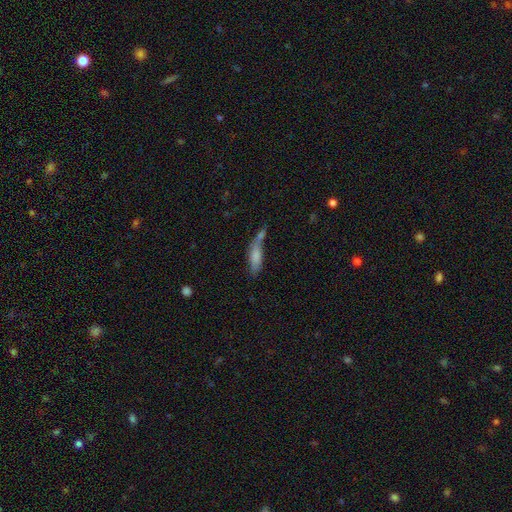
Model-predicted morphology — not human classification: smooth 72%, featured or disk 20%, star or artifact 8%. Down the decision tree: how rounded — cigar-shaped (49%); merging — merger (40%).